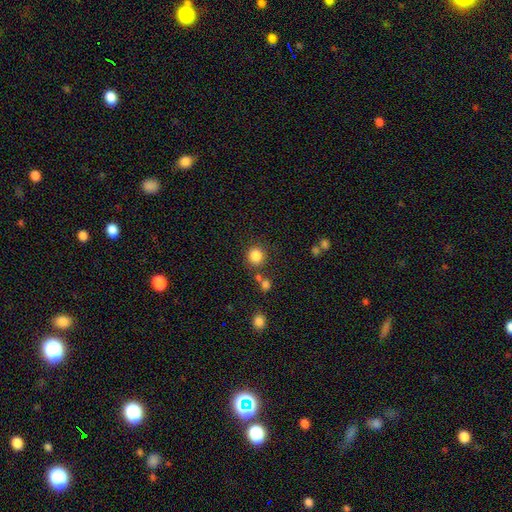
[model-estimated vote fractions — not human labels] Smooth or featured: smooth — 84% (star or artifact — 11%)
How rounded: round — 89% (in between — 10%)
Merging: none — 78% (minor disturbance — 9%)